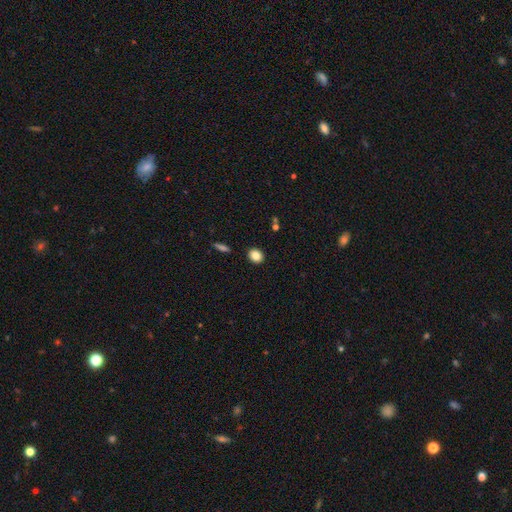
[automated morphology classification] smooth-or-featured: smooth: 84% | star or artifact: 9% | featured or disk: 6%
  how-rounded: round: 61% | in between: 38% | cigar-shaped: 1%
  merging: none: 89% | minor disturbance: 7% | merger: 2% | major disturbance: 2%